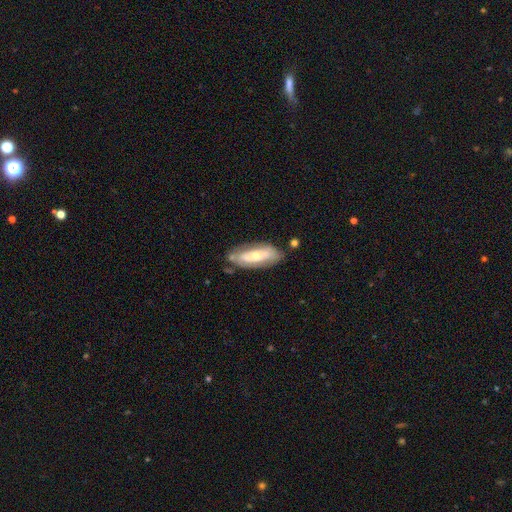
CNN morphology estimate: This is possibly a featured or disk galaxy (53%). It is likely not viewed edge-on (79%). Merging: likely none (69%).